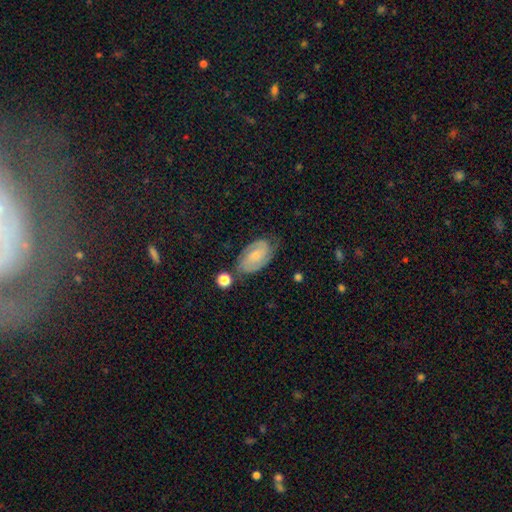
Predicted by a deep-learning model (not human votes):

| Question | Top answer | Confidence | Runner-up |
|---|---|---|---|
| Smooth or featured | featured or disk | 72% | smooth (20%) |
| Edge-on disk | no | 96% | yes (4%) |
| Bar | no | 54% | weak (37%) |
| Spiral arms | yes | 94% | no (6%) |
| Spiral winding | tight | 58% | medium (34%) |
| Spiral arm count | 2 | 76% | can't tell (13%) |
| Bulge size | small | 61% | moderate (25%) |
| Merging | none | 69% | minor disturbance (20%) |